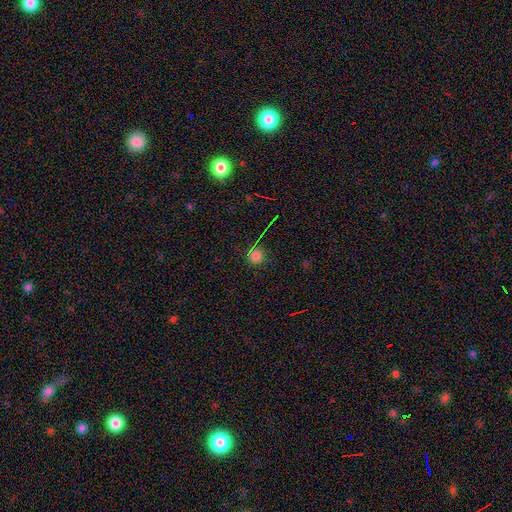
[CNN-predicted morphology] type=smooth (74%); roundness=round (94%); merging=none (85%).